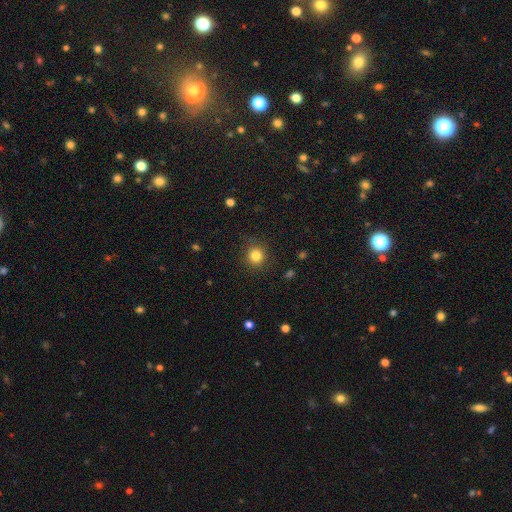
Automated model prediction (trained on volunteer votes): Overall: smooth (83%). How rounded: round (91%). Merging: none (85%).